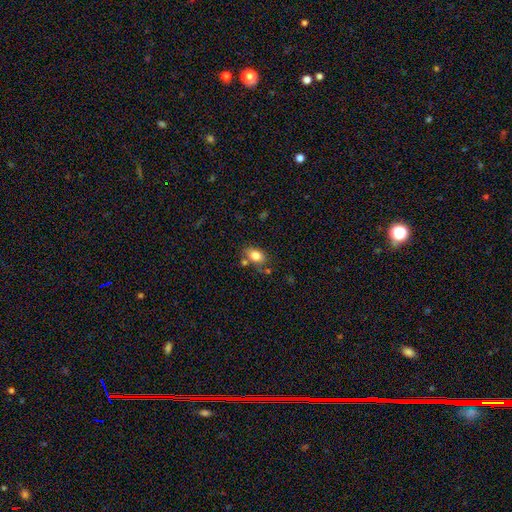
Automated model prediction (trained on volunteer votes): The model was most divided on "merging": none: 66%, minor disturbance: 17%, merger: 12%, major disturbance: 5%. More confident: smooth or featured — smooth (81%); how rounded — in between (81%).